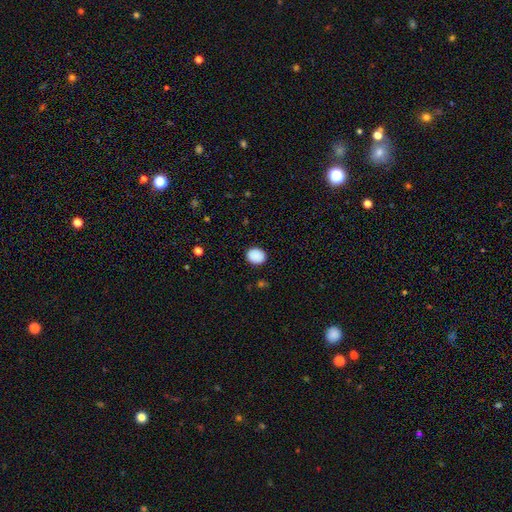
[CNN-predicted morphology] Overall: smooth (89%). How rounded: round (63%; in between 36%). Merging: none (89%).